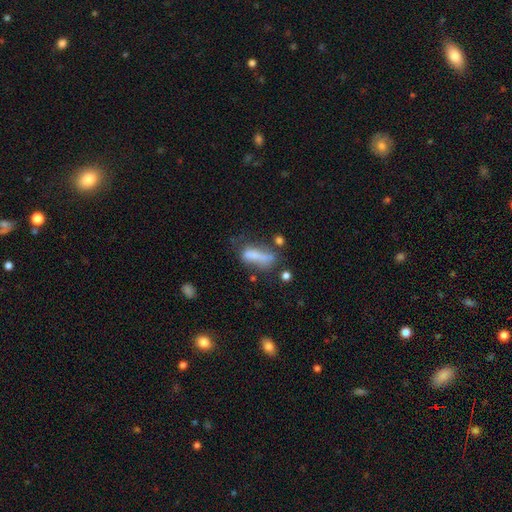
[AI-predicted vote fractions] Morphology: type=smooth (62%); roundness=in between (53%); merging=none (32%).